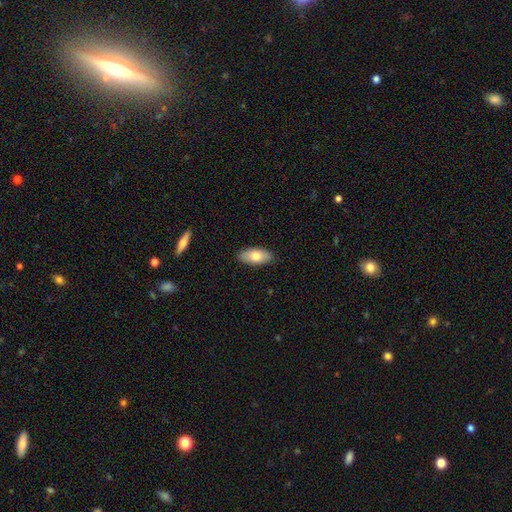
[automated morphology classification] Smooth or featured?
  - smooth: 75% *
  - featured or disk: 19%
  - star or artifact: 6%
How rounded?
  - in between: 90% *
  - cigar-shaped: 8%
  - round: 3%
Merging?
  - none: 89% *
  - minor disturbance: 9%
  - major disturbance: 2%
  - merger: 1%